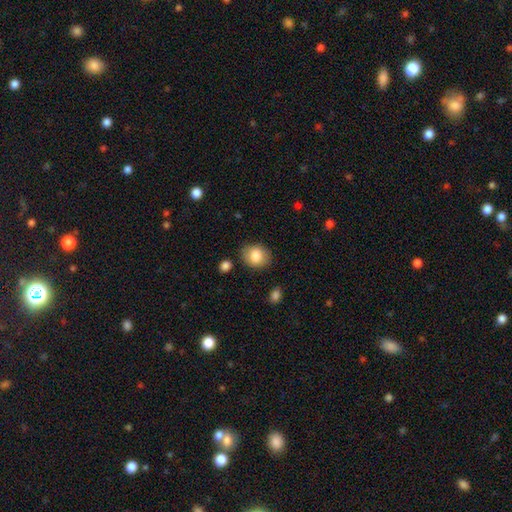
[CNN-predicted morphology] This is clearly a smooth galaxy (83%). How rounded: possibly round (58%). Merging: clearly none (82%).